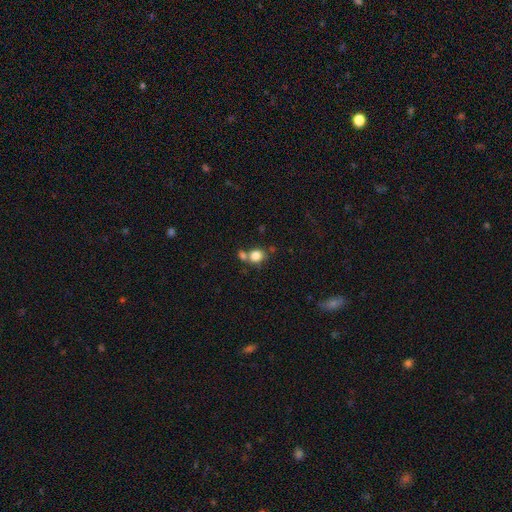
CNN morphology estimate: type=smooth (82%); roundness=round (76%); merging=none (53%).